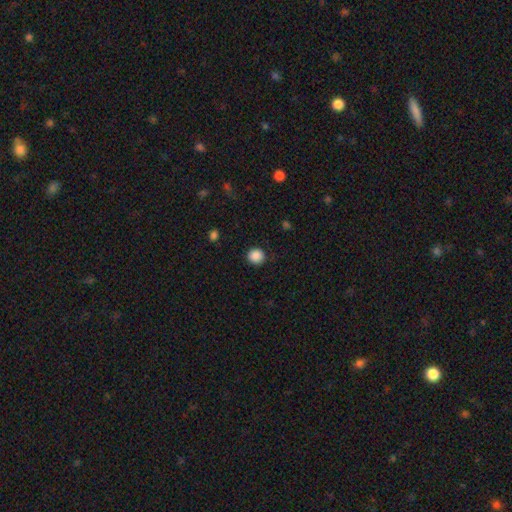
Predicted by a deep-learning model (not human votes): smooth-or-featured: smooth: 87% | star or artifact: 10% | featured or disk: 3%
  how-rounded: round: 93% | in between: 6% | cigar-shaped: 1%
  merging: none: 89% | minor disturbance: 7% | major disturbance: 2% | merger: 1%